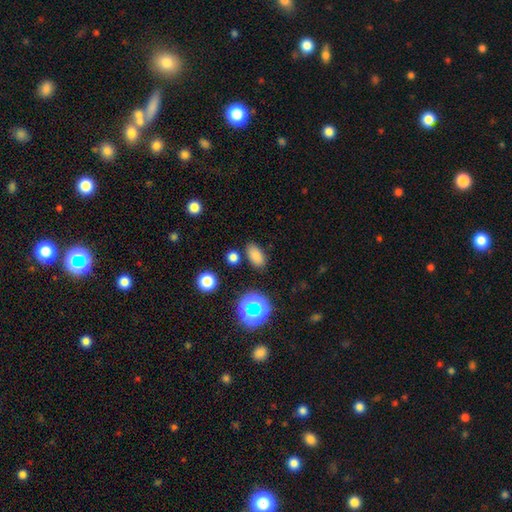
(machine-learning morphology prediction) Q: Smooth or featured?
A: smooth (77%); runner-up: star or artifact (16%)
Q: How rounded?
A: in between (89%); runner-up: round (8%)
Q: Merging?
A: none (83%); runner-up: minor disturbance (10%)